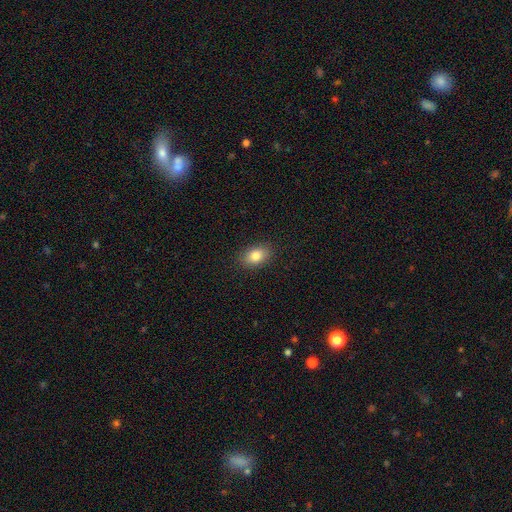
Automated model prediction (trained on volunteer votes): smooth-or-featured: smooth: 84% | star or artifact: 9% | featured or disk: 8%
  how-rounded: in between: 83% | round: 16% | cigar-shaped: 1%
  merging: none: 89% | minor disturbance: 8% | major disturbance: 2% | merger: 1%